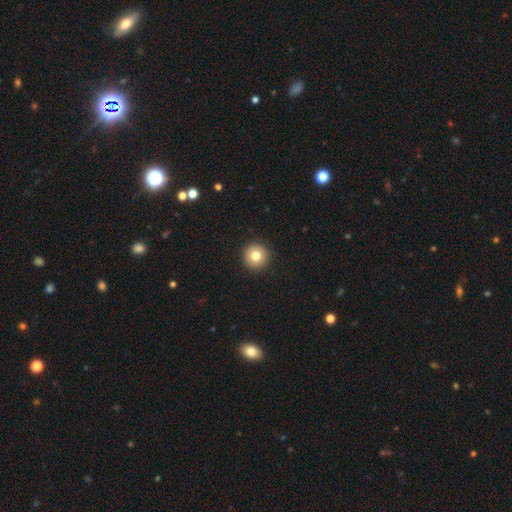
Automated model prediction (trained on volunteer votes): Overall: smooth (79%). How rounded: round (96%). Merging: none (93%).